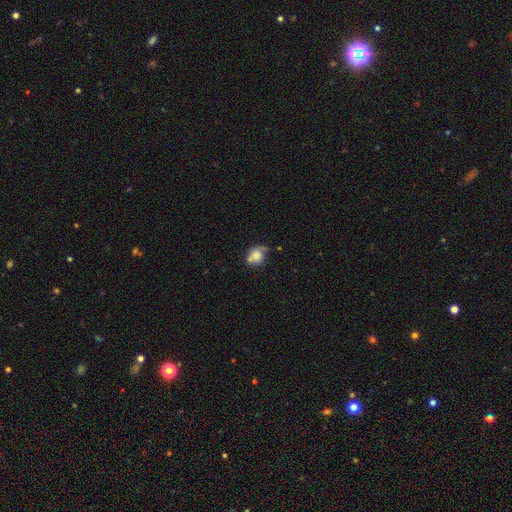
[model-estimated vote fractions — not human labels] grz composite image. It shows a smooth galaxy with no disk features (70%) that is round (66%). Merging: none (38%).